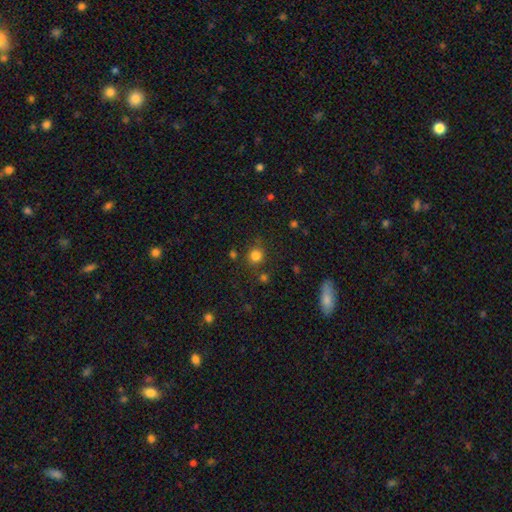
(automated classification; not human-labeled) smooth 81%, star or artifact 14%, featured or disk 5%. Down the decision tree: how rounded — round (88%); merging — none (81%).